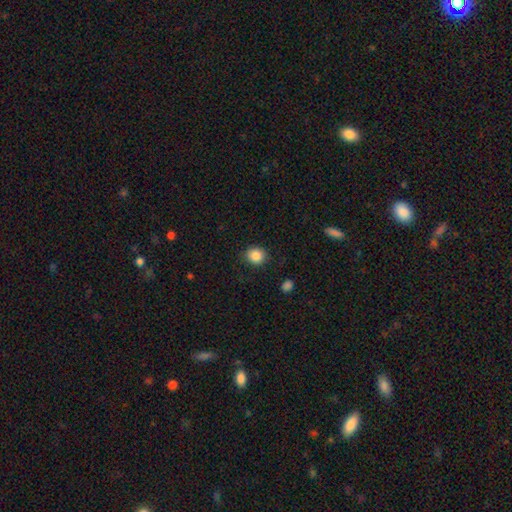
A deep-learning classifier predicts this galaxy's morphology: Smooth or featured?
  - smooth: 87% *
  - star or artifact: 9%
  - featured or disk: 4%
How rounded?
  - round: 81% *
  - in between: 18%
  - cigar-shaped: 1%
Merging?
  - none: 86% *
  - minor disturbance: 10%
  - major disturbance: 3%
  - merger: 1%